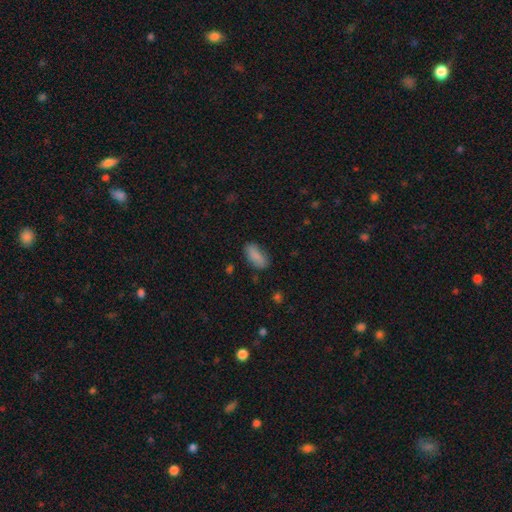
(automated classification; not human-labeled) smooth-or-featured: smooth: 86% | star or artifact: 7% | featured or disk: 7%
  how-rounded: in between: 83% | cigar-shaped: 14% | round: 2%
  merging: none: 78% | minor disturbance: 17% | major disturbance: 4% | merger: 2%